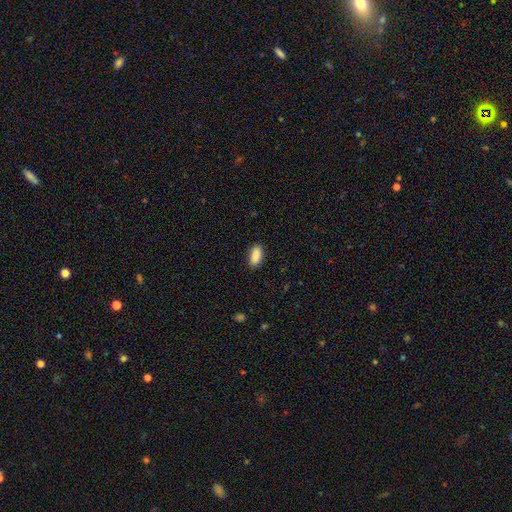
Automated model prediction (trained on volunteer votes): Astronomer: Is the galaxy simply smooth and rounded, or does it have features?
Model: smooth — 89%.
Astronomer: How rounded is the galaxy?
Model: in between — 88%.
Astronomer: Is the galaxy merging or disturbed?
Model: none — 89%.